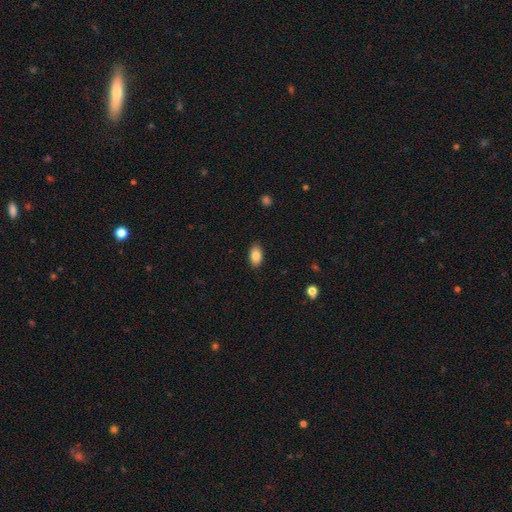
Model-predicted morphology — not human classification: Smooth or featured?
  - smooth: 85% *
  - star or artifact: 7%
  - featured or disk: 7%
How rounded?
  - in between: 92% *
  - round: 6%
  - cigar-shaped: 2%
Merging?
  - none: 88% *
  - minor disturbance: 9%
  - major disturbance: 2%
  - merger: 1%